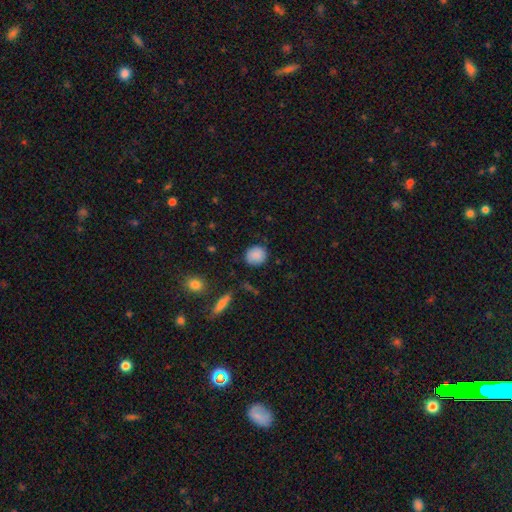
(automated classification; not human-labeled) This is clearly a smooth galaxy (86%). How rounded: clearly round (82%). Merging: clearly none (83%).